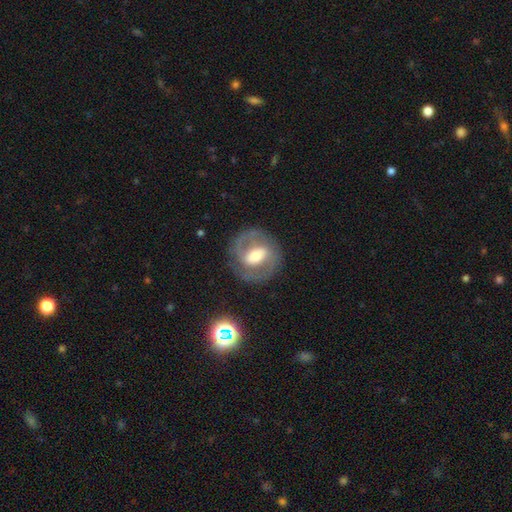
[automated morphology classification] Q: Smooth or featured?
A: featured or disk (80%); runner-up: smooth (14%)
Q: Edge-on disk?
A: no (97%); runner-up: yes (3%)
Q: Bar?
A: weak (42%); runner-up: strong (39%)
Q: Spiral arms?
A: yes (89%); runner-up: no (11%)
Q: Spiral winding?
A: medium (52%); runner-up: tight (32%)
Q: Spiral arm count?
A: 2 (89%); runner-up: can't tell (5%)
Q: Bulge size?
A: moderate (63%); runner-up: small (20%)
Q: Merging?
A: none (82%); runner-up: minor disturbance (11%)